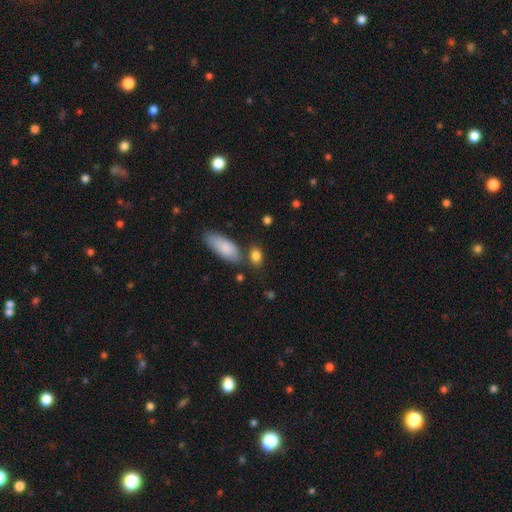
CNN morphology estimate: A smooth galaxy with no disk features (85%) that is in between round and cigar-shaped (76%).

Vote fractions:
- Smooth or featured? smooth: 85% / star or artifact: 8% / featured or disk: 7%
- How rounded? in between: 76% / round: 17% / cigar-shaped: 7%
- Merging? none: 68% / minor disturbance: 14% / merger: 13% / major disturbance: 4%